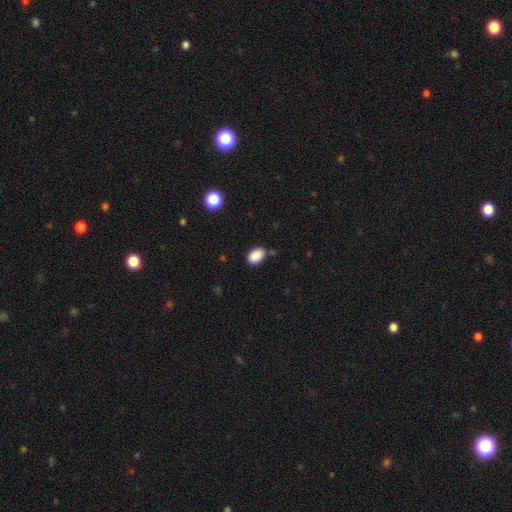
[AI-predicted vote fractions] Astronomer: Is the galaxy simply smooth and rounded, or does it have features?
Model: smooth — 88%.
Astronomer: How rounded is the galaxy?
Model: in between — 82%.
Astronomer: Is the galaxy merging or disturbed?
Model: none — 81%.